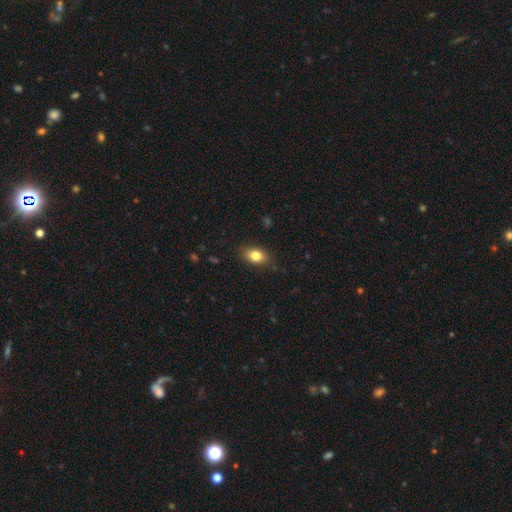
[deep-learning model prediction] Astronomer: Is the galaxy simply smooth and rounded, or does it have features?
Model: smooth — 83%.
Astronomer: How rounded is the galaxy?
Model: in between — 80%.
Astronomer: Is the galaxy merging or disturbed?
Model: none — 84%.